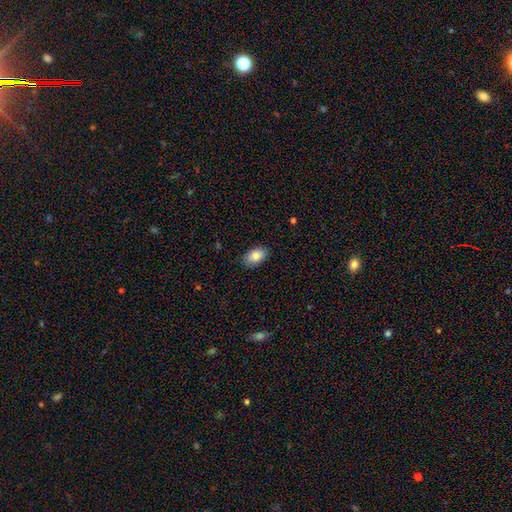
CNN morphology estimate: smooth_or_featured: smooth (p=0.83) [alt: featured or disk p=0.10]
how_rounded: in between (p=0.90) [alt: round p=0.08]
merging: none (p=0.85) [alt: minor disturbance p=0.12]